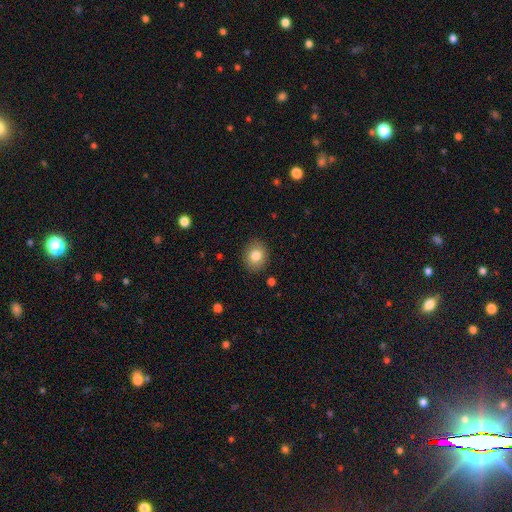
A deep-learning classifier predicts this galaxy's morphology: smooth_or_featured: smooth (p=0.82) [alt: featured or disk p=0.09]
how_rounded: round (p=0.61) [alt: in between p=0.38]
merging: none (p=0.89) [alt: minor disturbance p=0.08]